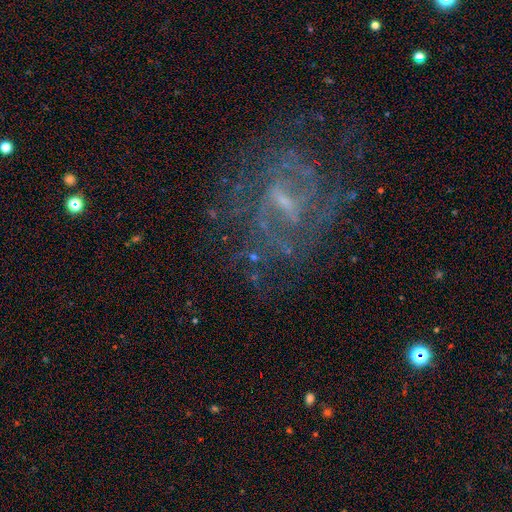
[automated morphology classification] featured or disk 79%, star or artifact 11%, smooth 9%. Down the decision tree: edge-on disk — no (96%); bar — weak (53%); spiral arms — yes (82%); spiral arm count — can't tell (37%); spiral winding — medium (44%); bulge size — small (59%); merging — none (65%).